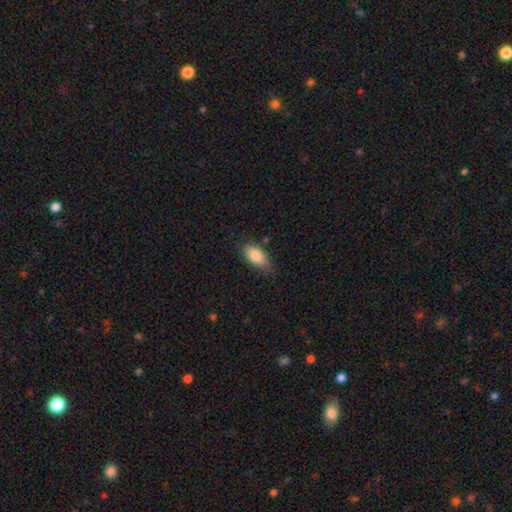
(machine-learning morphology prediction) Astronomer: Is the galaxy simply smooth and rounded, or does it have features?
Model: smooth — 83%.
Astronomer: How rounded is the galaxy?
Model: in between — 90%.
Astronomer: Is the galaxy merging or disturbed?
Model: none — 71%.